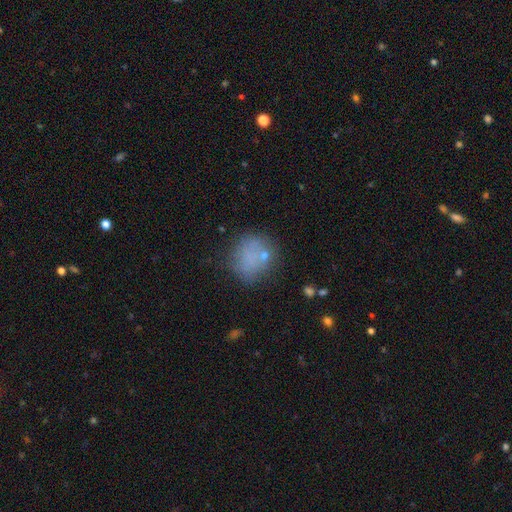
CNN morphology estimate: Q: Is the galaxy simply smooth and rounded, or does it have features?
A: smooth — 68%.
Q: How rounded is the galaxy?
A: round — 80%.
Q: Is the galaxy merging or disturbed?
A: none — 63%.